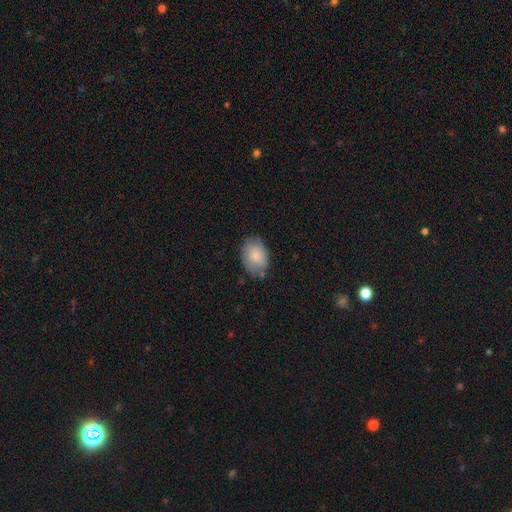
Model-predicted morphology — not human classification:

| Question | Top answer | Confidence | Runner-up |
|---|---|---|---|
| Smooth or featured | smooth | 80% | featured or disk (14%) |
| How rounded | in between | 78% | round (21%) |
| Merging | none | 68% | minor disturbance (25%) |